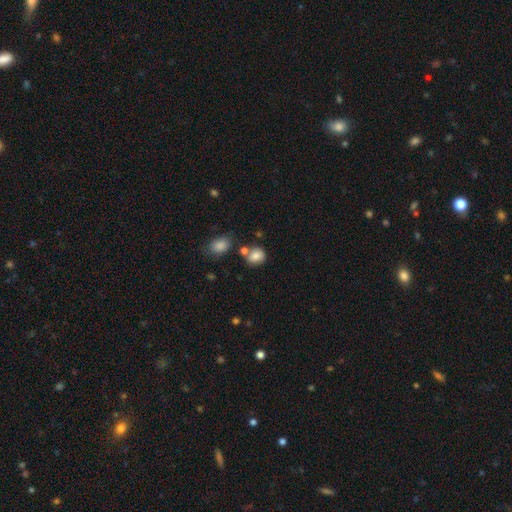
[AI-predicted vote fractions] Q: Smooth or featured?
A: smooth (81%); runner-up: star or artifact (10%)
Q: How rounded?
A: round (57%); runner-up: in between (42%)
Q: Merging?
A: none (61%); runner-up: merger (18%)